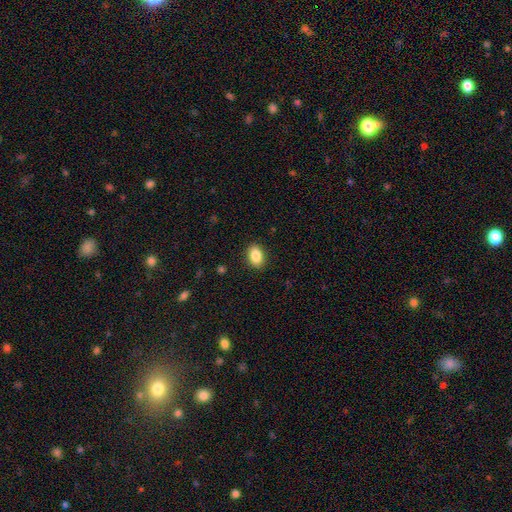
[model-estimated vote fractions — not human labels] This is clearly a smooth galaxy (87%). How rounded: clearly in between (85%). Merging: clearly none (90%).